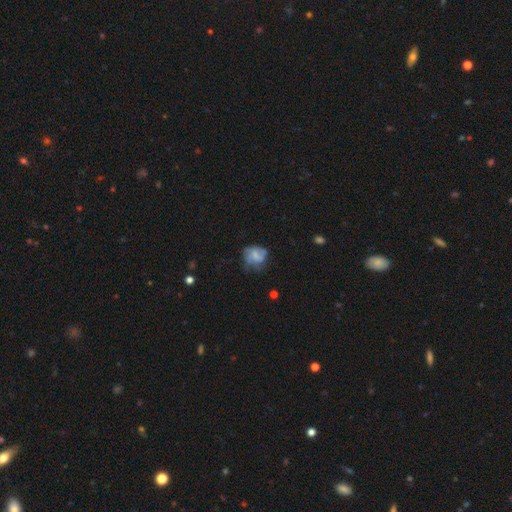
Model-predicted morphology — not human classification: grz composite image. It shows a smooth galaxy with no disk features (55%) that is round (61%). Merging: none (39%).